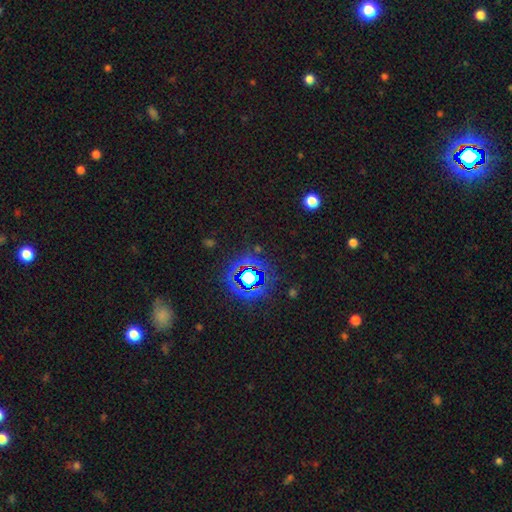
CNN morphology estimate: Smooth or featured?
  - star or artifact: 77% *
  - smooth: 15%
  - featured or disk: 8%